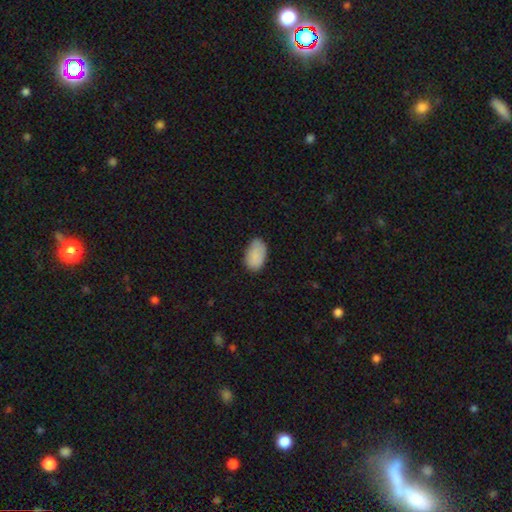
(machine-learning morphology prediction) Overall: smooth (88%). How rounded: in between (93%). Merging: none (71%).